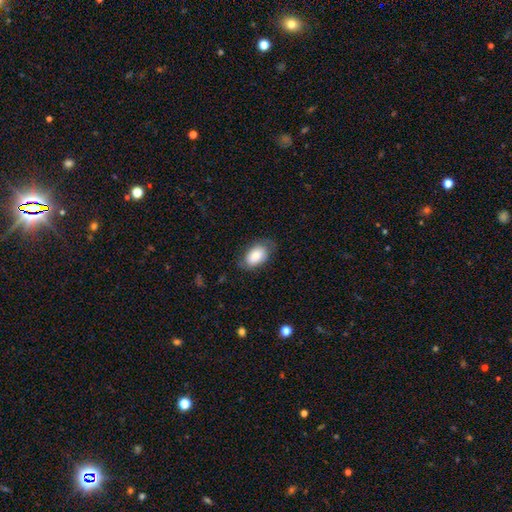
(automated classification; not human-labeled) smooth 82%, featured or disk 12%, star or artifact 6%. Down the decision tree: how rounded — in between (91%); merging — none (69%).